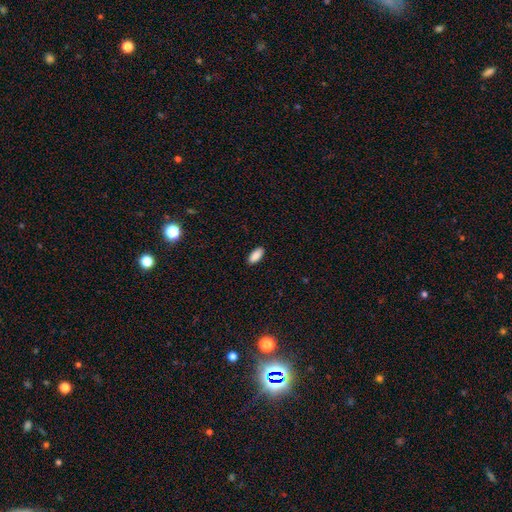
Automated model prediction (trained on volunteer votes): Overall: smooth (90%). How rounded: in between (89%). Merging: none (89%).